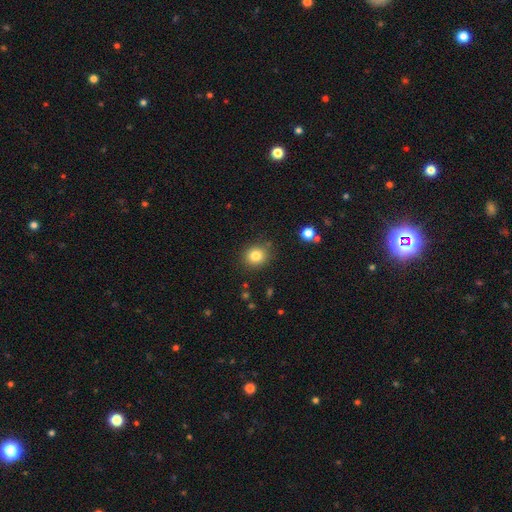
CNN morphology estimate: Smooth or featured? smooth (82%)
How rounded? round (80%)
Merging? none (85%)